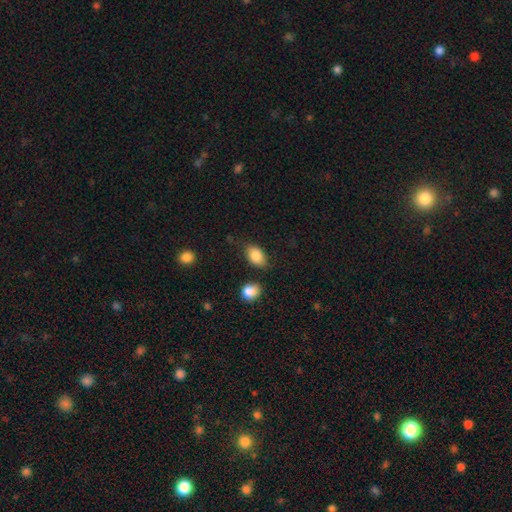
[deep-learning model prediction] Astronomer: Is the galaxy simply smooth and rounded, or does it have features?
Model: smooth — 86%.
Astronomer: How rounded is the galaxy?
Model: in between — 85%.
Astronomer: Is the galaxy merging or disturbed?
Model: none — 70%.